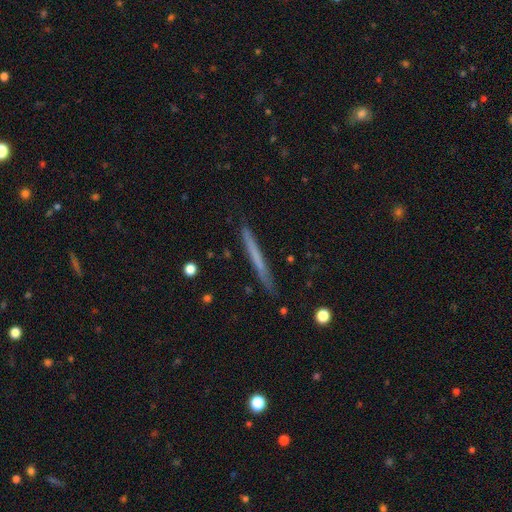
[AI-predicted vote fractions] Morphology: type=smooth (55%); roundness=cigar-shaped (97%); merging=none (89%).